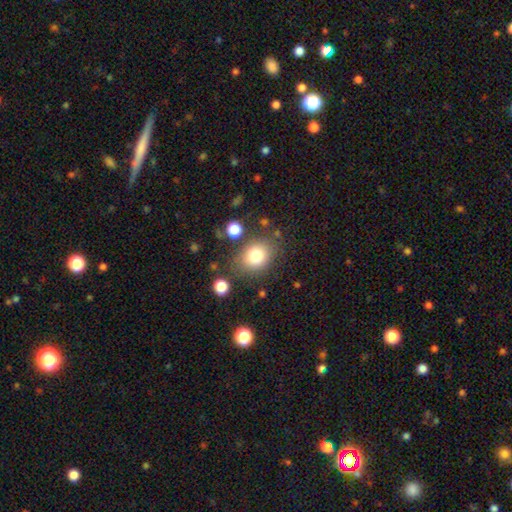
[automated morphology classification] A smooth galaxy with no disk features (79%) that is round (58%). Merging: none (75%).